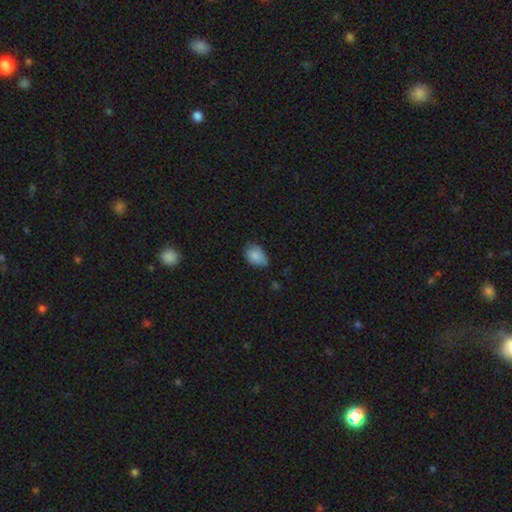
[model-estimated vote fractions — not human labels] Smooth or featured?
  - smooth: 85% *
  - star or artifact: 8%
  - featured or disk: 7%
How rounded?
  - in between: 82% *
  - round: 17%
  - cigar-shaped: 1%
Merging?
  - none: 54% *
  - minor disturbance: 38%
  - major disturbance: 6%
  - merger: 2%